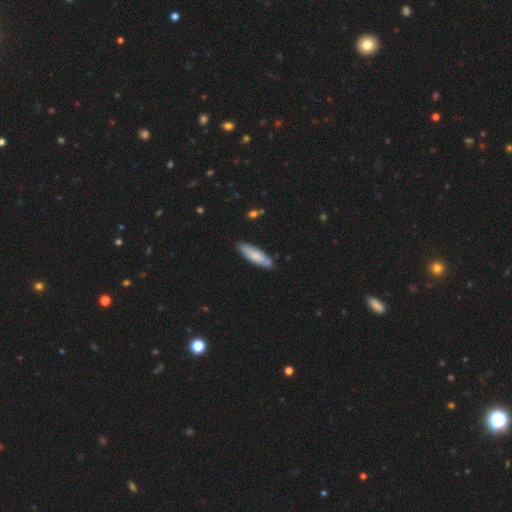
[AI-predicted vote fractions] Morphology: type=smooth (72%); roundness=cigar-shaped (59%); merging=none (83%).